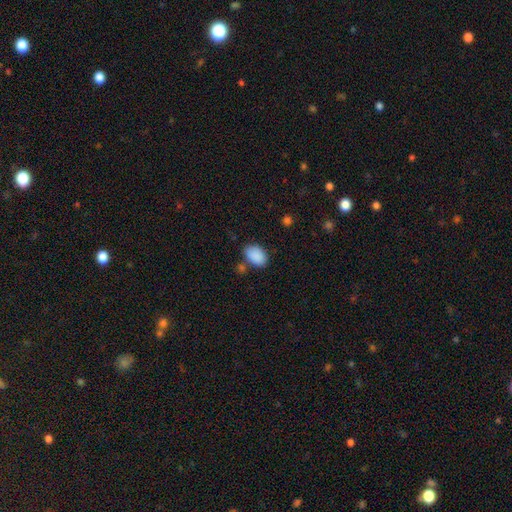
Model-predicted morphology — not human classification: Smooth or featured? Predicted: smooth (p=0.89). How rounded? Predicted: in between (p=0.90). Merging? Predicted: none (p=0.71).